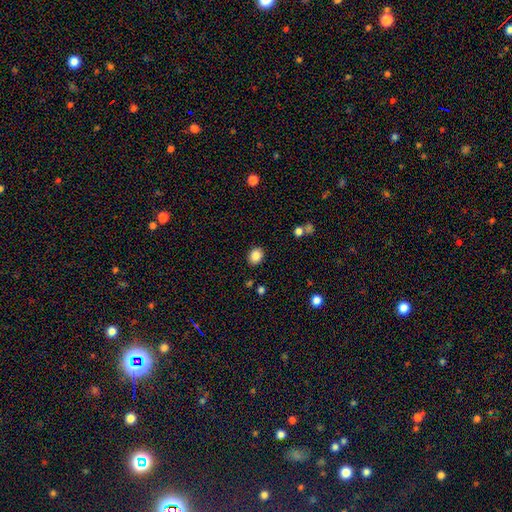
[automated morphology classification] smooth_or_featured: smooth (p=0.86) [alt: star or artifact p=0.09]
how_rounded: round (p=0.50) [alt: in between p=0.49]
merging: none (p=0.88) [alt: minor disturbance p=0.08]